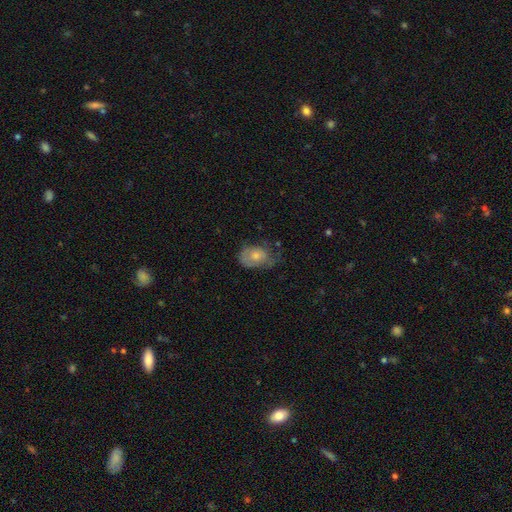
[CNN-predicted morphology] Q: Smooth or featured?
A: smooth (63%); runner-up: featured or disk (29%)
Q: How rounded?
A: in between (75%); runner-up: round (23%)
Q: Merging?
A: minor disturbance (37%); runner-up: none (36%)